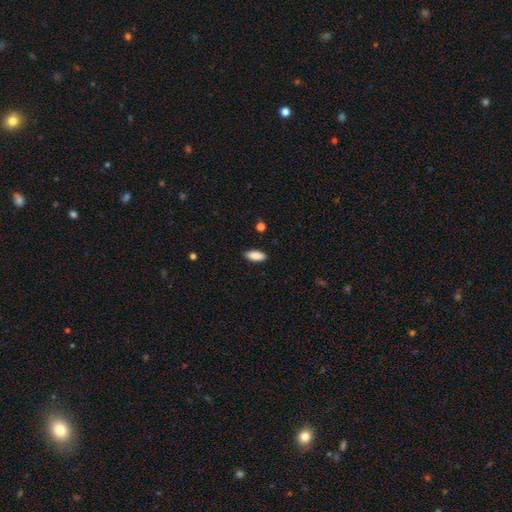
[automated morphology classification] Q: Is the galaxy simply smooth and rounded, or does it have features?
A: smooth — 89%.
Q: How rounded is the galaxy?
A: in between — 83%.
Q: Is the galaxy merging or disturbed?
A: none — 88%.